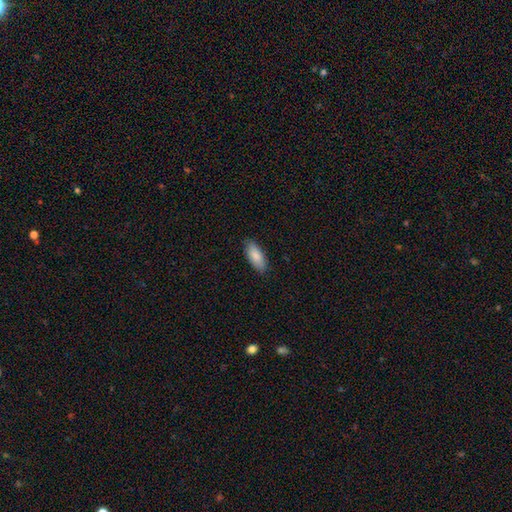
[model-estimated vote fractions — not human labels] Smooth or featured?
  - smooth: 87% *
  - featured or disk: 7%
  - star or artifact: 6%
How rounded?
  - in between: 85% *
  - cigar-shaped: 14%
  - round: 2%
Merging?
  - none: 87% *
  - minor disturbance: 10%
  - major disturbance: 2%
  - merger: 1%